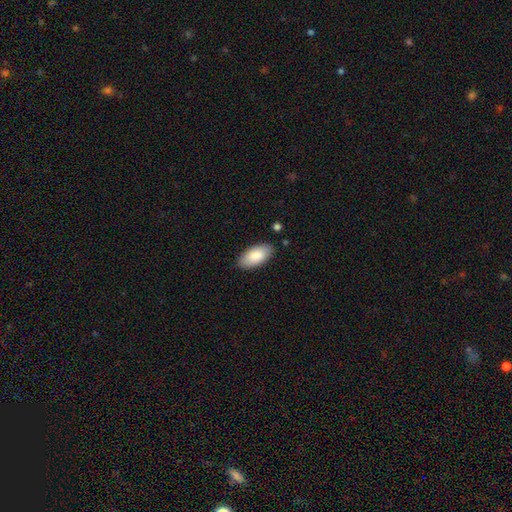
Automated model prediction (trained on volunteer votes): Q: Smooth or featured?
A: smooth (87%); runner-up: featured or disk (7%)
Q: How rounded?
A: in between (94%); runner-up: cigar-shaped (4%)
Q: Merging?
A: none (85%); runner-up: minor disturbance (11%)